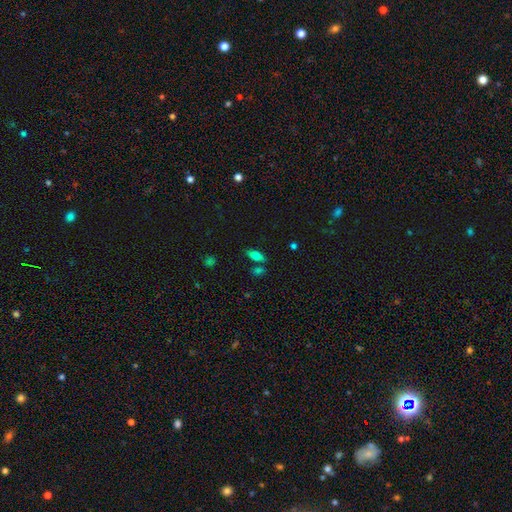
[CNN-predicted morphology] A smooth galaxy with no disk features (66%) that is in between round and cigar-shaped (73%).

Vote fractions:
- Smooth or featured? smooth: 66% / featured or disk: 24% / star or artifact: 10%
- How rounded? in between: 73% / cigar-shaped: 23% / round: 4%
- Merging? none: 73% / minor disturbance: 12% / merger: 11% / major disturbance: 4%